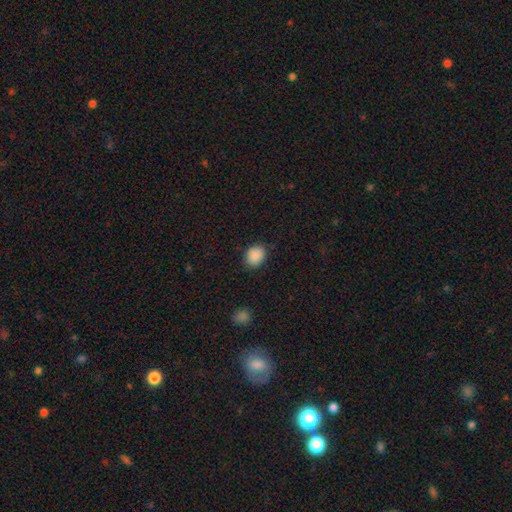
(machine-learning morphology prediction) This is clearly a smooth galaxy (89%). How rounded: possibly round (50%). Merging: clearly none (85%).